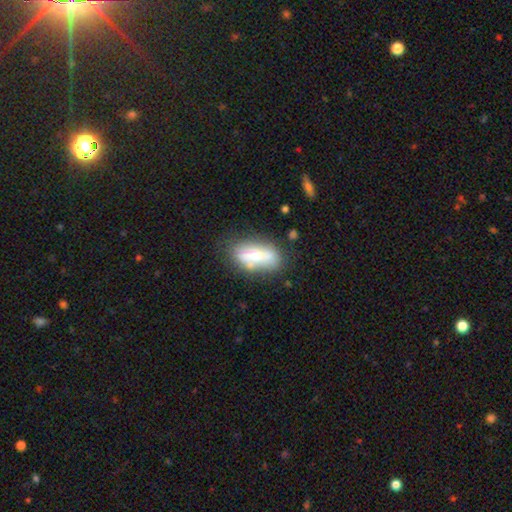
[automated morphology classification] The model was most divided on "smooth or featured": smooth: 47%, featured or disk: 45%, star or artifact: 7%. More confident: merging — none (67%).